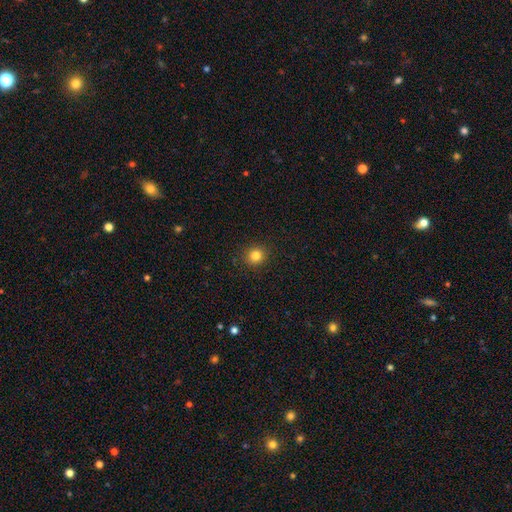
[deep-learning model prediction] Overall: smooth (82%). How rounded: round (88%). Merging: none (91%).